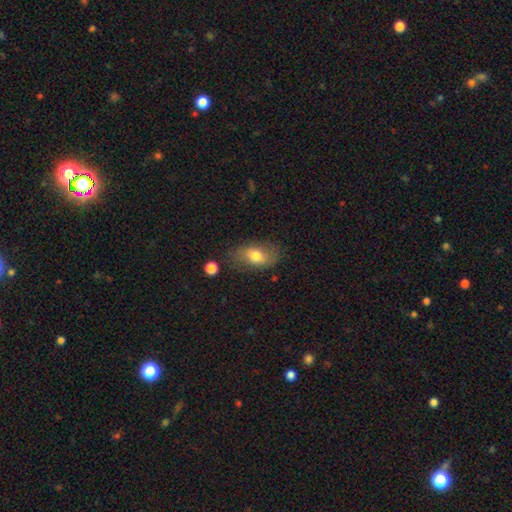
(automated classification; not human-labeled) Smooth or featured: smooth — 70% (featured or disk — 22%)
How rounded: in between — 86% (round — 11%)
Merging: none — 67% (minor disturbance — 22%)